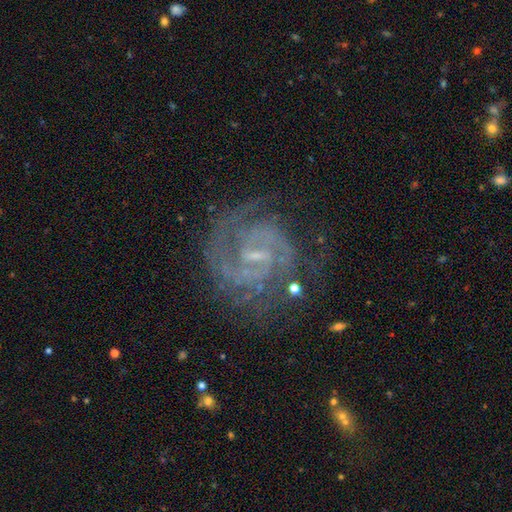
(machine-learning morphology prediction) A featured or disk galaxy (88%) with a weak bar (55%), 2 (66%) tight (59%) spiral arms (98%) and a small central bulge (67%).

Vote fractions:
- Smooth or featured? featured or disk: 88% / star or artifact: 8% / smooth: 5%
- Edge-on disk? no: 98% / yes: 2%
- Bar? weak: 55% / strong: 24% / no: 21%
- Spiral arms? yes: 98% / no: 2%
- Spiral winding? tight: 59% / medium: 36% / loose: 5%
- Spiral arm count? 2: 66% / 3: 12% / can't tell: 11% / 4: 4% / 1: 4% / more than 4: 3%
- Bulge size? small: 67% / none: 18% / moderate: 13% / large: 1% / dominant: 1%
- Merging? none: 75% / minor disturbance: 15% / major disturbance: 8% / merger: 2%